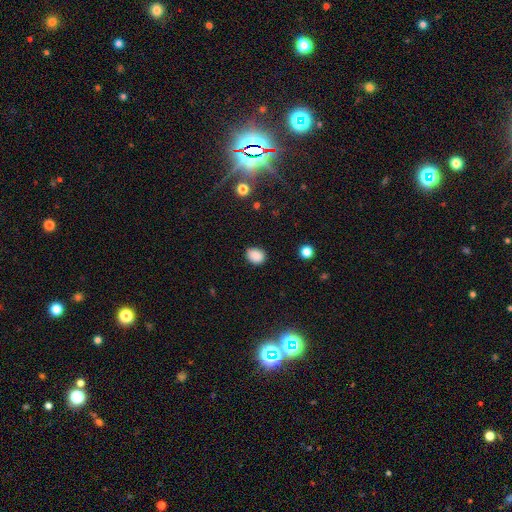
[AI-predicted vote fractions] This appears to be a smooth galaxy with no disk features (87%) that is in between round and cigar-shaped (61%). Merging: none (84%).